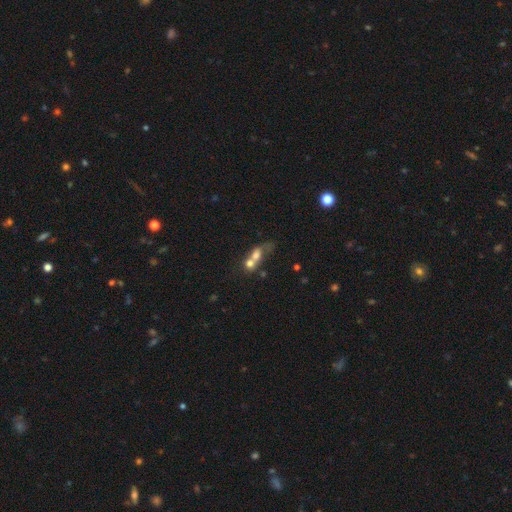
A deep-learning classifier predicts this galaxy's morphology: Q: Smooth or featured?
A: smooth (61%); runner-up: featured or disk (26%)
Q: How rounded?
A: round (56%); runner-up: in between (39%)
Q: Merging?
A: merger (74%); runner-up: none (13%)